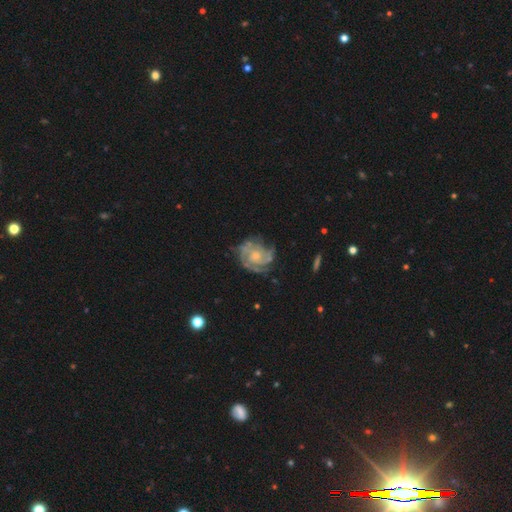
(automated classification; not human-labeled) A featured or disk galaxy (87%) with no bar (76%), 2 (31%) tight (65%) spiral arms (96%) and a small central bulge (61%). Merging: none (67%).